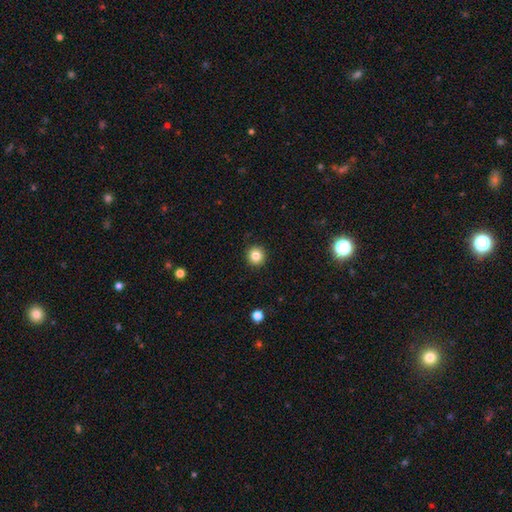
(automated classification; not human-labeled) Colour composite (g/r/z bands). It shows a smooth galaxy with no disk features (84%) that is round (94%). Merging: none (92%).